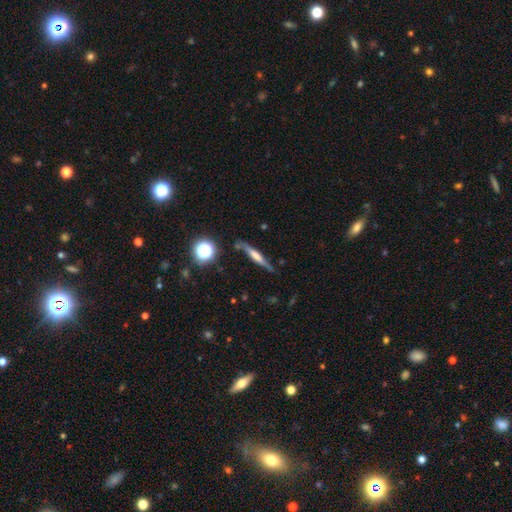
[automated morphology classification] This is possibly a featured or disk galaxy (51%). It is clearly viewed edge-on (93%). Merging: likely none (79%).